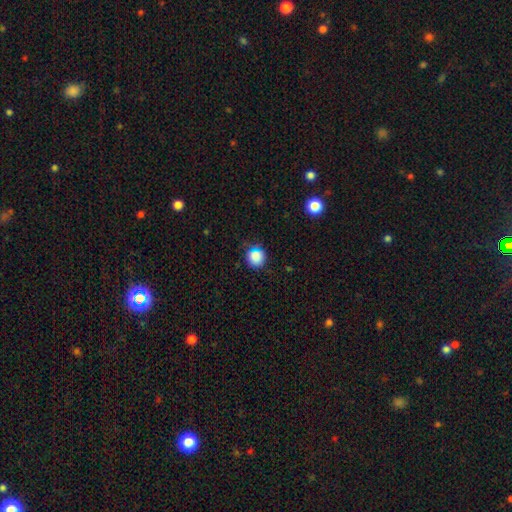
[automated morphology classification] type=smooth (83%); roundness=round (87%); merging=none (72%).